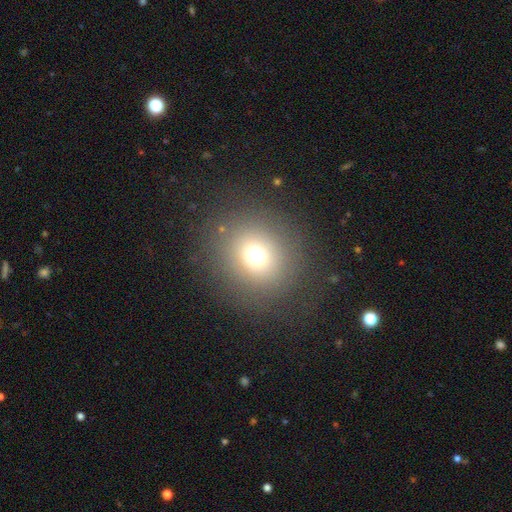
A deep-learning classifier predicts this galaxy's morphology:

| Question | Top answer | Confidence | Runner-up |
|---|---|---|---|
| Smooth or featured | smooth | 69% | star or artifact (19%) |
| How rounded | round | 86% | in between (13%) |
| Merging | none | 84% | minor disturbance (8%) |